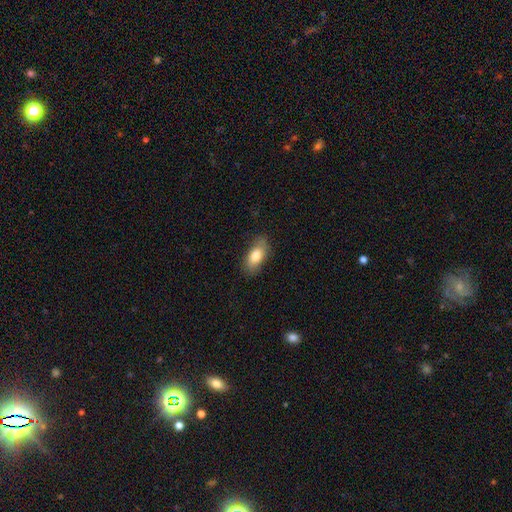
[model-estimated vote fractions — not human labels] Q: Smooth or featured?
A: smooth (79%); runner-up: featured or disk (14%)
Q: How rounded?
A: in between (86%); runner-up: cigar-shaped (9%)
Q: Merging?
A: none (80%); runner-up: minor disturbance (15%)